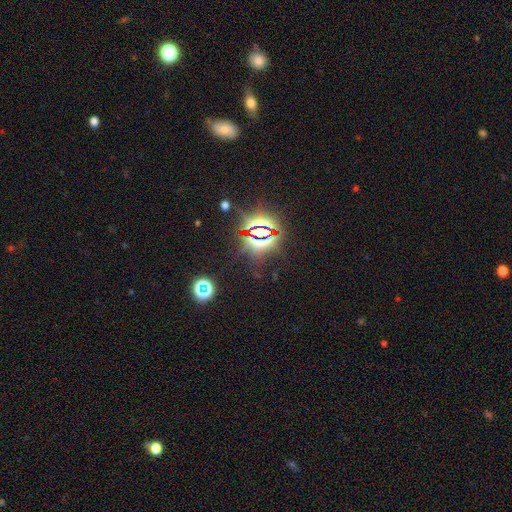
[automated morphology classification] smooth_or_featured: star or artifact (p=0.83) [alt: smooth p=0.09]